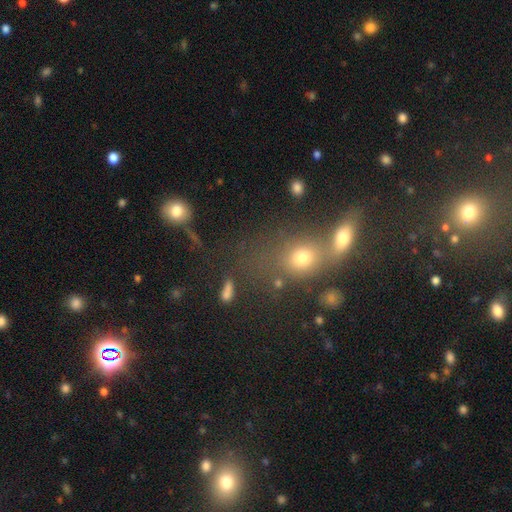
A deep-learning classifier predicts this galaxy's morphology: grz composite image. It shows a smooth galaxy with no disk features (54%) that is round (56%). Merging: merger (48%).